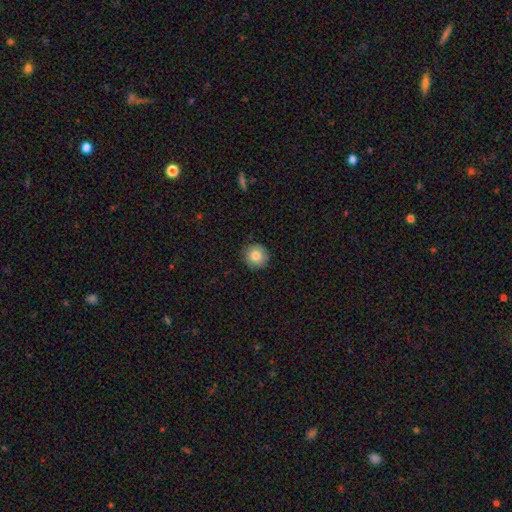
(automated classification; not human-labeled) Smooth or featured? smooth (83%)
How rounded? round (93%)
Merging? none (90%)